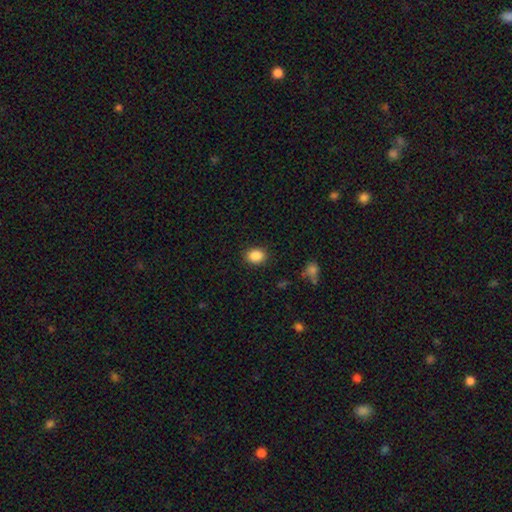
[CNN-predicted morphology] This is clearly a smooth galaxy (87%). How rounded: possibly in between (53%). Merging: clearly none (88%).